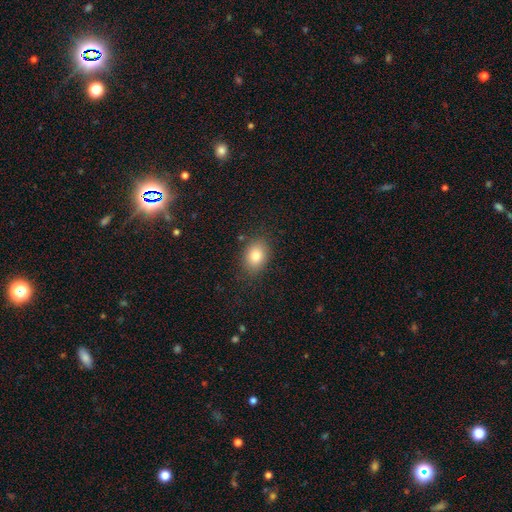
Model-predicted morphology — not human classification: A smooth galaxy with no disk features (82%) that is in between round and cigar-shaped (67%). Merging: none (84%).